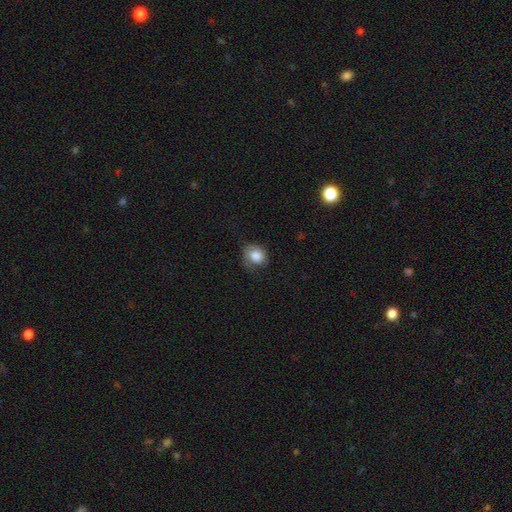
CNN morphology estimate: smooth-or-featured: smooth: 79% | featured or disk: 13% | star or artifact: 8%
  how-rounded: round: 59% | in between: 40% | cigar-shaped: 1%
  merging: none: 52% | minor disturbance: 30% | major disturbance: 17% | merger: 1%